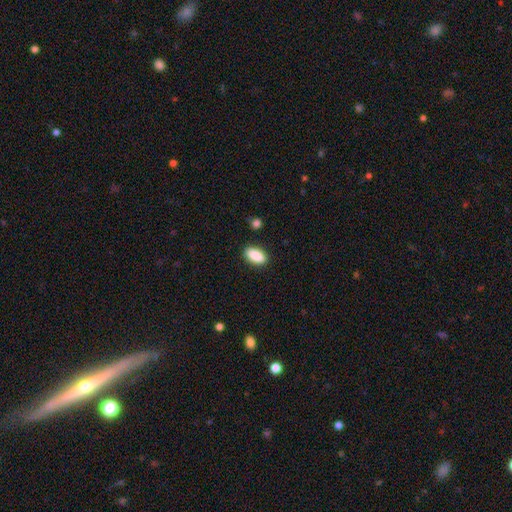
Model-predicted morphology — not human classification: Q: Smooth or featured?
A: smooth (89%); runner-up: star or artifact (7%)
Q: How rounded?
A: in between (90%); runner-up: cigar-shaped (7%)
Q: Merging?
A: none (87%); runner-up: minor disturbance (9%)